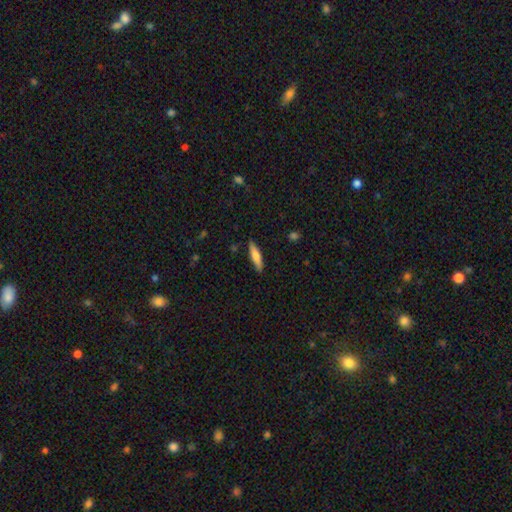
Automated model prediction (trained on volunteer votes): A smooth galaxy with no disk features (68%) that is cigar-shaped (76%). Merging: none (88%).